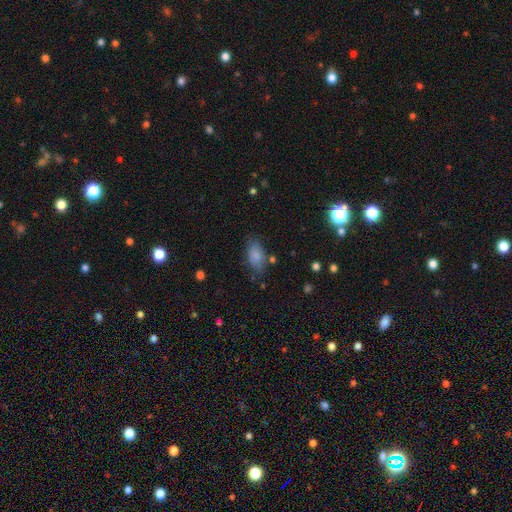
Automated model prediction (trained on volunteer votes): smooth-or-featured: smooth: 84% | star or artifact: 8% | featured or disk: 8%
  how-rounded: in between: 91% | round: 5% | cigar-shaped: 4%
  merging: none: 72% | minor disturbance: 18% | major disturbance: 6% | merger: 4%